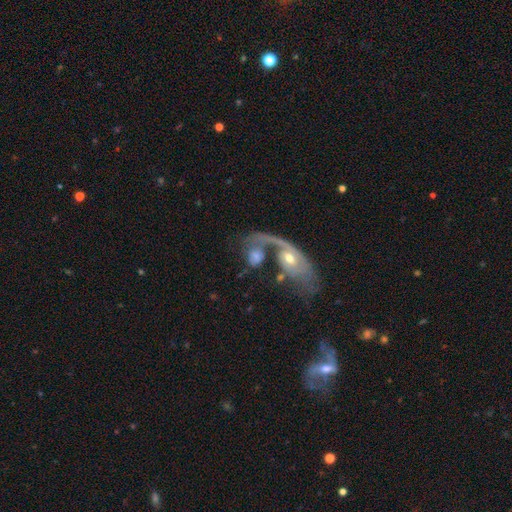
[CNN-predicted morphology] featured or disk 62%, smooth 31%, star or artifact 7%. Down the decision tree: edge-on disk — no (93%); bar — no (72%); spiral arms — yes (68%); bulge size — moderate (60%); merging — merger (59%).